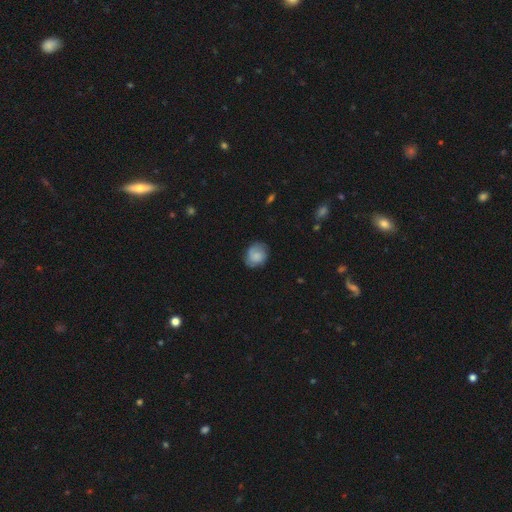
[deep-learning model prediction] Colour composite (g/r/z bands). It shows a smooth galaxy with no disk features (66%) that is round (64%). Merging: none (72%).